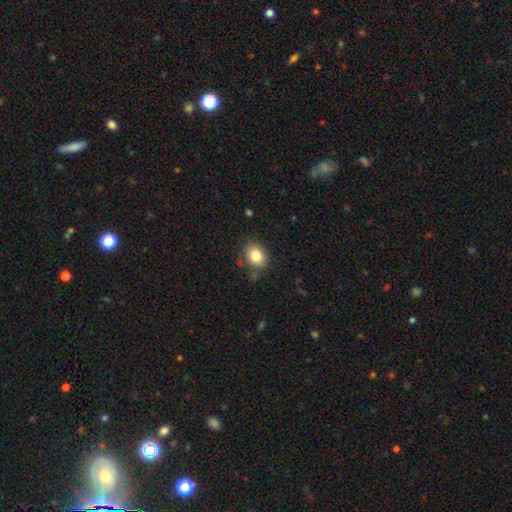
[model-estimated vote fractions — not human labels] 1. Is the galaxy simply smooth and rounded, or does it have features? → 83% smooth, 9% star or artifact, 8% featured or disk.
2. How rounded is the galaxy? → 51% in between, 48% round, 1% cigar-shaped.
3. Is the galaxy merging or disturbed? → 78% none, 16% minor disturbance, 4% major disturbance, 2% merger.